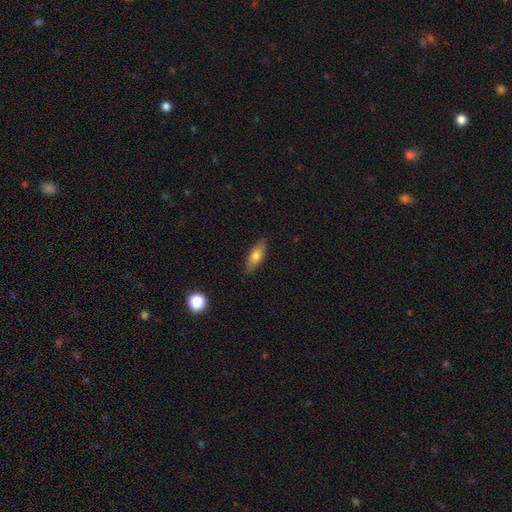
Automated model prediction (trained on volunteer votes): Smooth or featured? smooth (72%)
How rounded? in between (67%)
Merging? none (85%)